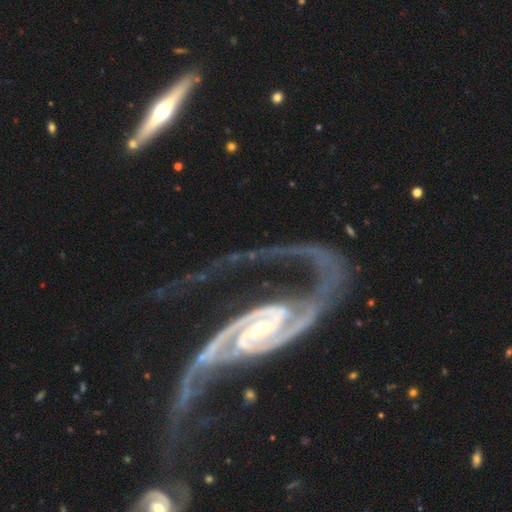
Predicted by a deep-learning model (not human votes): Q: Smooth or featured?
A: featured or disk (93%); runner-up: star or artifact (4%)
Q: Edge-on disk?
A: no (95%); runner-up: yes (5%)
Q: Bar?
A: weak (35%); runner-up: strong (33%)
Q: Spiral arms?
A: yes (97%); runner-up: no (3%)
Q: Spiral winding?
A: medium (46%); runner-up: loose (37%)
Q: Spiral arm count?
A: 2 (90%); runner-up: 1 (3%)
Q: Bulge size?
A: small (64%); runner-up: moderate (28%)
Q: Merging?
A: none (41%); runner-up: major disturbance (34%)